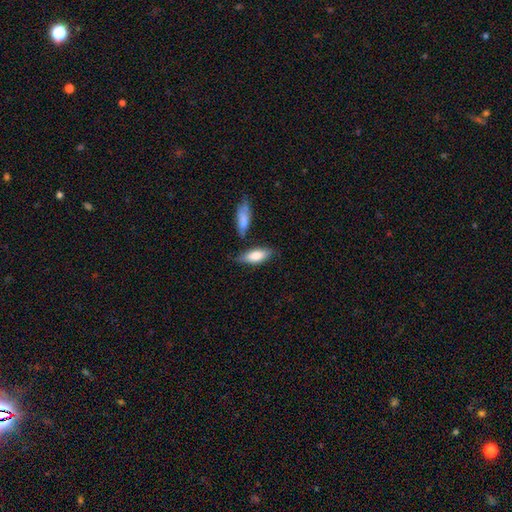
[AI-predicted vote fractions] The model was most divided on "merging": none: 66%, minor disturbance: 18%, merger: 11%, major disturbance: 4%. More confident: smooth or featured — smooth (79%); how rounded — in between (74%).